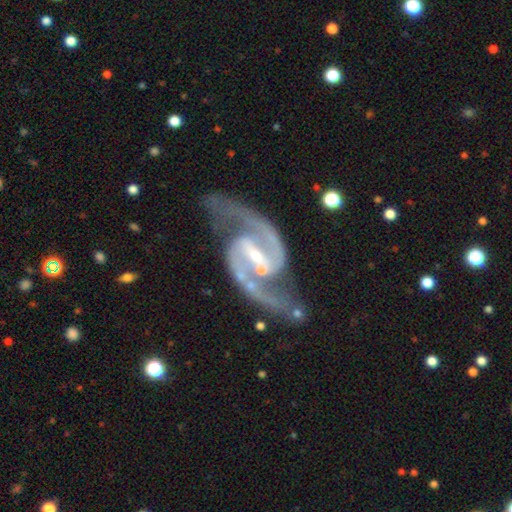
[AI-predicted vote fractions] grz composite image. It shows a featured or disk galaxy (94%) with a strong bar (55%), 2 (95%) medium (65%) spiral arms (99%) and a small central bulge (69%). Merging: none (71%).